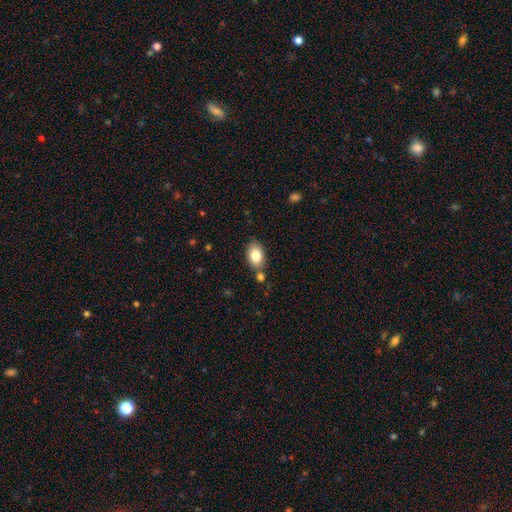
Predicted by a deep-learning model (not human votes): smooth-or-featured: smooth: 81% | featured or disk: 11% | star or artifact: 8%
  how-rounded: in between: 88% | round: 10% | cigar-shaped: 1%
  merging: none: 74% | minor disturbance: 13% | merger: 10% | major disturbance: 3%